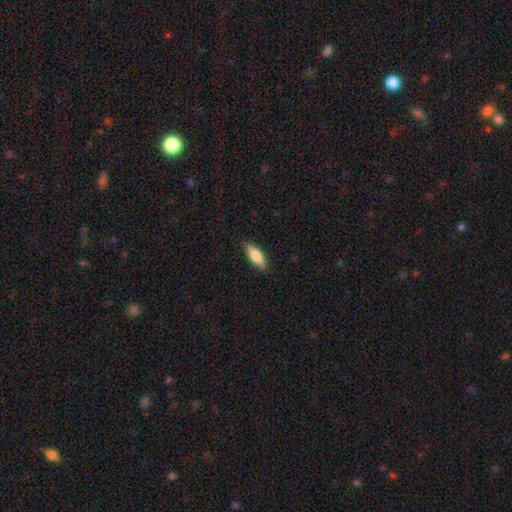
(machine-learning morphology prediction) Q: Smooth or featured?
A: smooth (79%); runner-up: featured or disk (15%)
Q: How rounded?
A: in between (63%); runner-up: cigar-shaped (35%)
Q: Merging?
A: none (85%); runner-up: minor disturbance (11%)